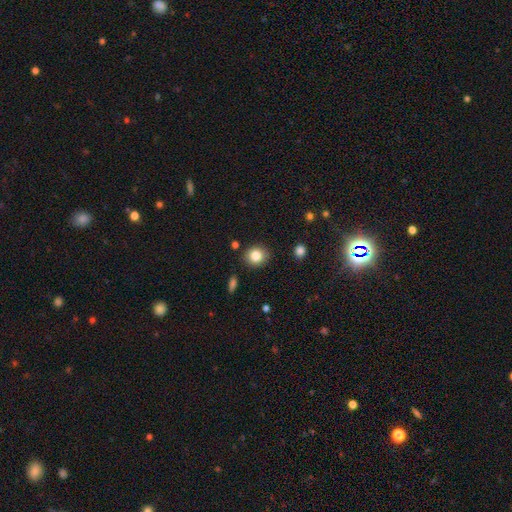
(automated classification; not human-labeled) Smooth or featured: smooth — 84% (star or artifact — 9%)
How rounded: round — 78% (in between — 21%)
Merging: none — 87% (minor disturbance — 8%)